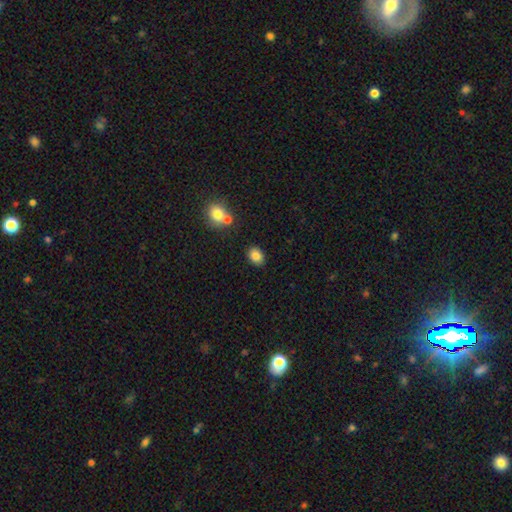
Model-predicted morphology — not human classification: A smooth galaxy with no disk features (84%) that is in between round and cigar-shaped (62%). Merging: none (84%).